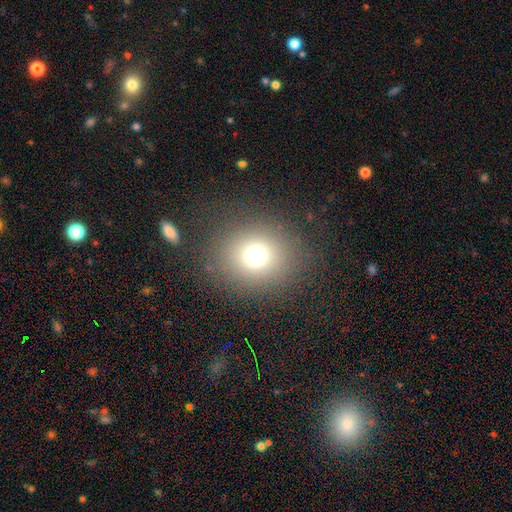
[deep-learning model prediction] Smooth or featured? Predicted: smooth (p=0.69). How rounded? Predicted: round (p=0.80). Merging? Predicted: none (p=0.85).